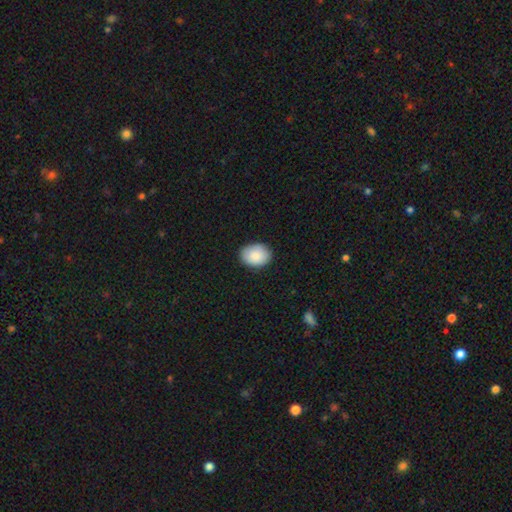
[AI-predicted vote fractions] Morphology: type=smooth (89%); roundness=in between (73%); merging=none (85%).